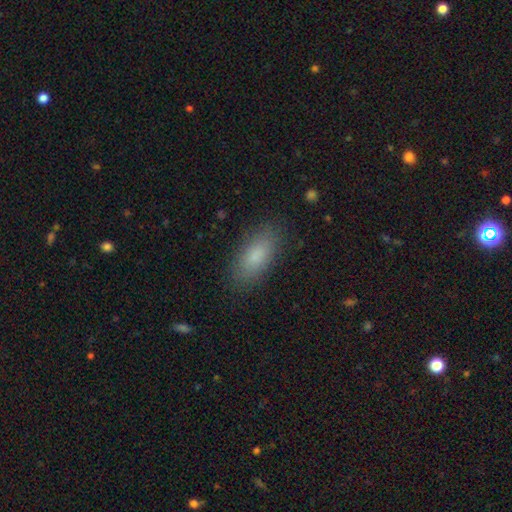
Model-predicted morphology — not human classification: This is clearly a smooth galaxy (82%). How rounded: clearly in between (82%). Merging: clearly none (86%).